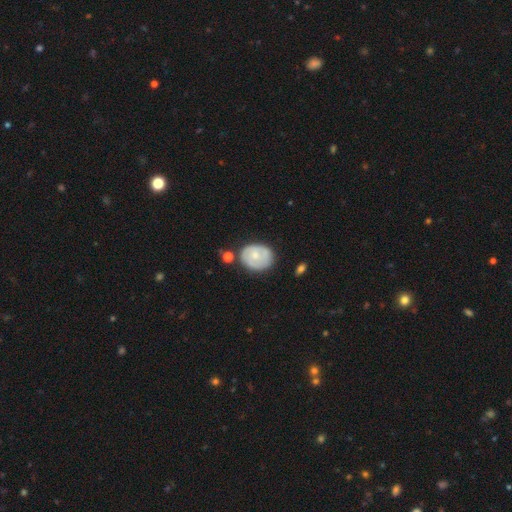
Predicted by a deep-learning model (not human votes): A smooth galaxy with no disk features (57%) that is in between round and cigar-shaped (51%). Merging: none (66%).